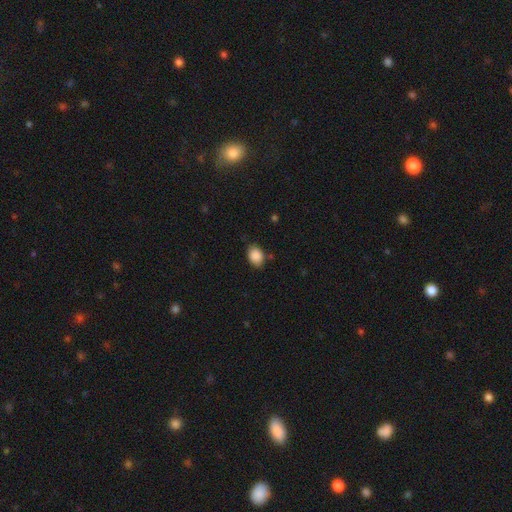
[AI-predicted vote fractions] This is clearly a smooth galaxy (88%). How rounded: likely in between (72%). Merging: likely none (77%).